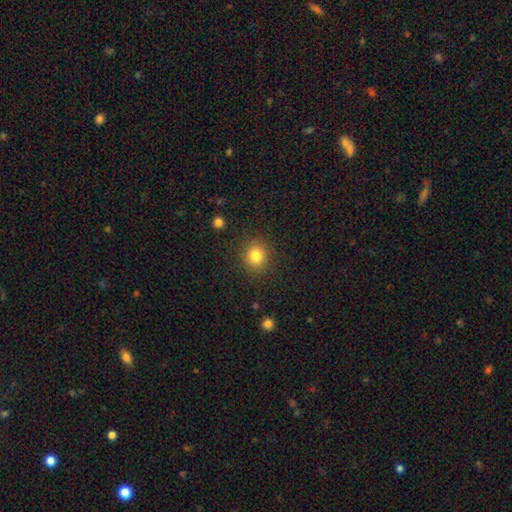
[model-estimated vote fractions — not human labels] smooth-or-featured: smooth: 82% | star or artifact: 11% | featured or disk: 6%
  how-rounded: round: 86% | in between: 13% | cigar-shaped: 1%
  merging: none: 88% | minor disturbance: 8% | major disturbance: 3% | merger: 1%